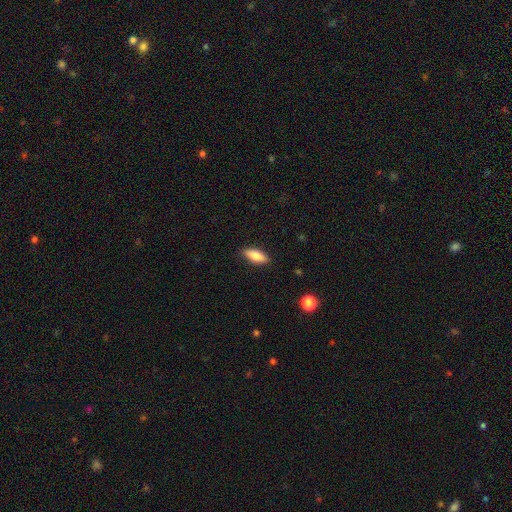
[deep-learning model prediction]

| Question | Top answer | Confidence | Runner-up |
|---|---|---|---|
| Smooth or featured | smooth | 81% | featured or disk (12%) |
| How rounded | in between | 73% | cigar-shaped (25%) |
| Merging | none | 86% | minor disturbance (10%) |